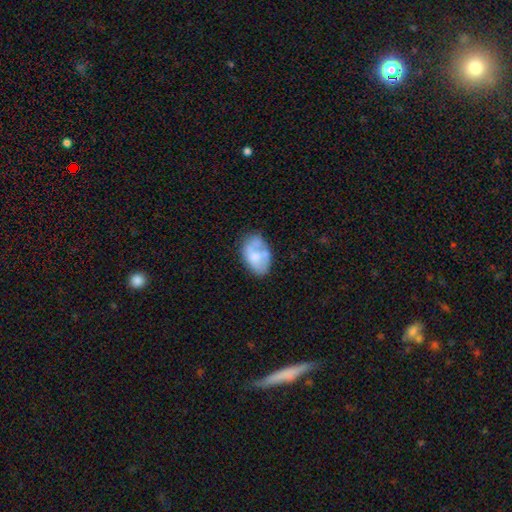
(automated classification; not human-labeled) Overall: smooth (56%; featured or disk 37%). How rounded: in between (87%). Merging: none (47%; minor disturbance 29%).